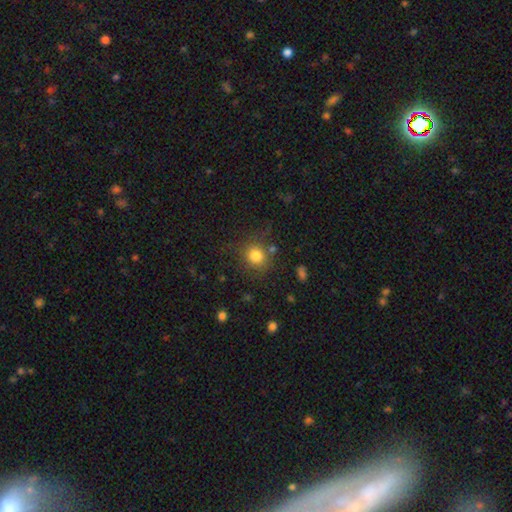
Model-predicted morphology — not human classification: Smooth or featured? smooth (81%)
How rounded? round (87%)
Merging? none (74%)